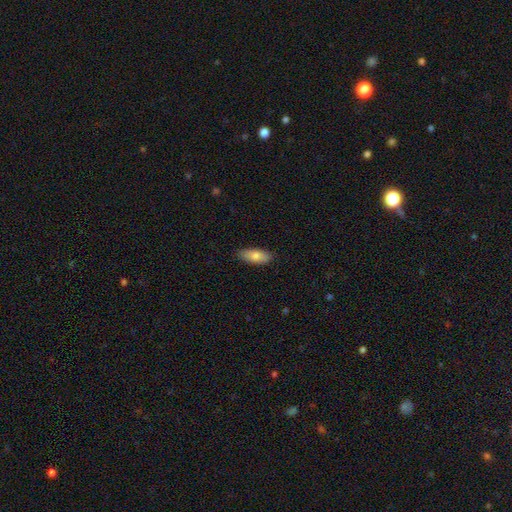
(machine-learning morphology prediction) This appears to be a smooth galaxy with no disk features (77%) that is in between round and cigar-shaped (79%). Merging: none (88%).